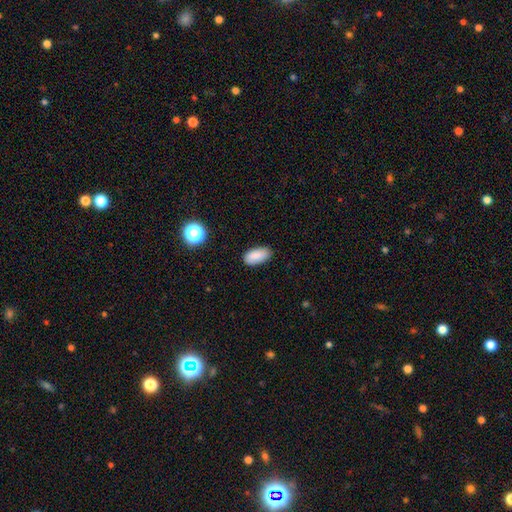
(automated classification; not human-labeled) Overall: smooth (88%). How rounded: in between (92%). Merging: none (84%).